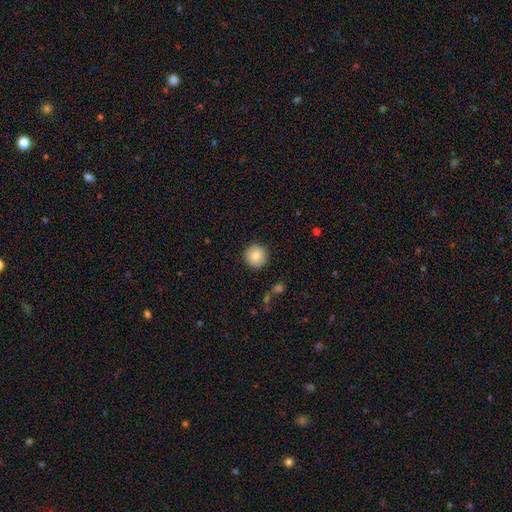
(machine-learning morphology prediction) Smooth or featured: smooth — 86% (star or artifact — 8%)
How rounded: round — 95% (in between — 4%)
Merging: none — 90% (minor disturbance — 6%)